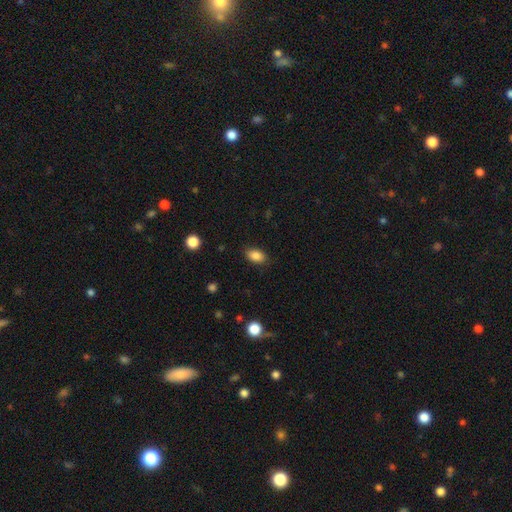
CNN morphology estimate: This is clearly a smooth galaxy (86%). How rounded: clearly in between (89%). Merging: clearly none (86%).